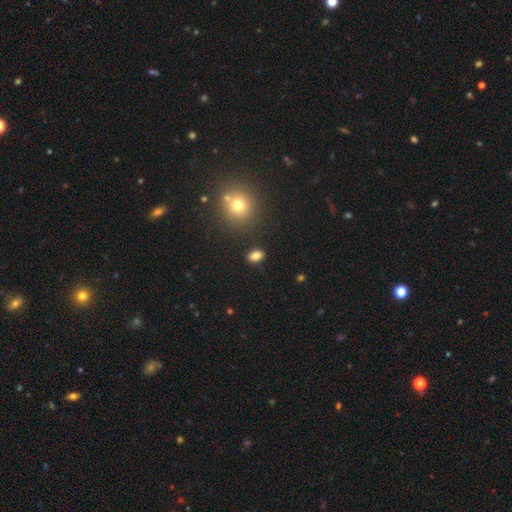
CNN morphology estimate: A smooth galaxy with no disk features (83%) that is in between round and cigar-shaped (85%). Merging: none (88%).